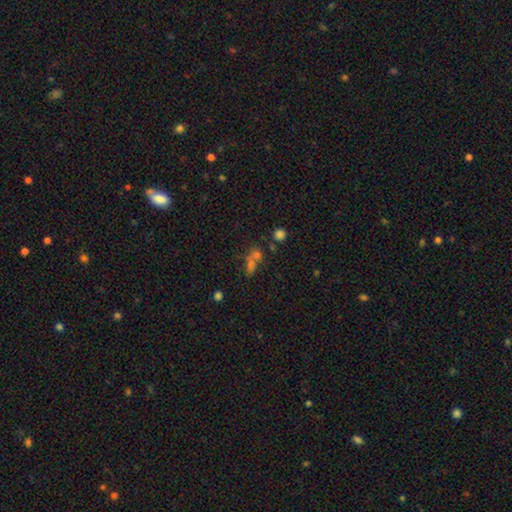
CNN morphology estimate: A smooth galaxy with no disk features (50%).

Vote fractions:
- Smooth or featured? smooth: 50% / star or artifact: 35% / featured or disk: 16%
- Merging? none: 45% / merger: 34% / minor disturbance: 11% / major disturbance: 9%